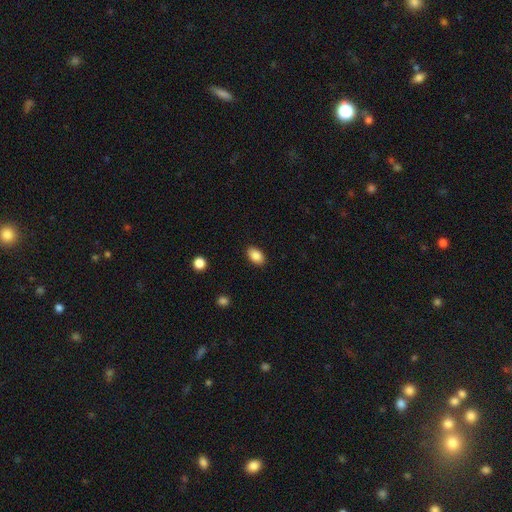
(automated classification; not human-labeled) This is clearly a smooth galaxy (87%). How rounded: clearly in between (90%). Merging: clearly none (89%).